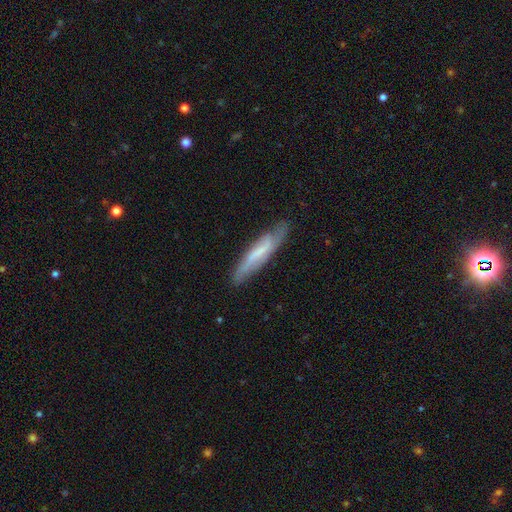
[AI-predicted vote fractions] featured or disk 53%, smooth 39%, star or artifact 8%. Down the decision tree: edge-on disk — yes (60%); merging — none (78%).